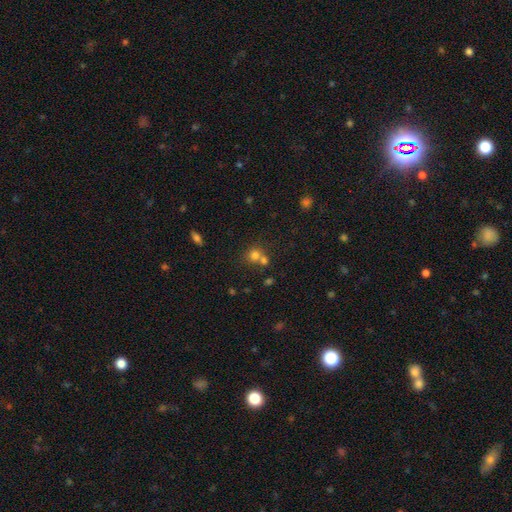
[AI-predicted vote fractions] Smooth or featured? smooth (69%)
How rounded? round (85%)
Merging? none (48%)